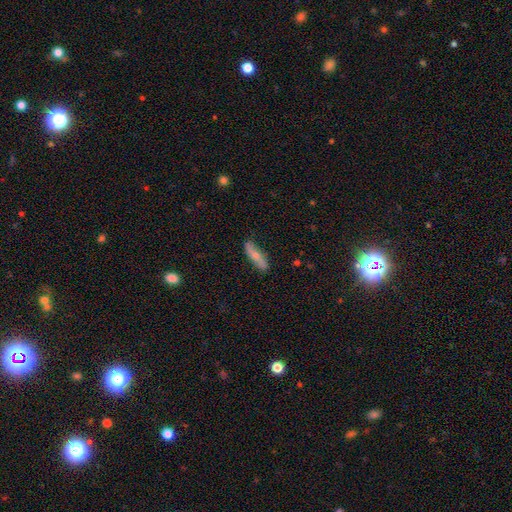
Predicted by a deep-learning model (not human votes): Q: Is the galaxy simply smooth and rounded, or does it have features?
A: smooth — 62%.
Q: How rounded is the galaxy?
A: cigar-shaped — 66%.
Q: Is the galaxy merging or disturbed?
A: none — 80%.